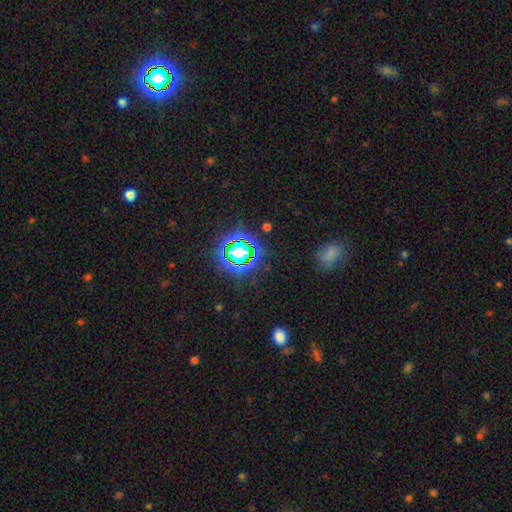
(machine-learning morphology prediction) Smooth or featured: star or artifact — 70% (smooth — 22%)